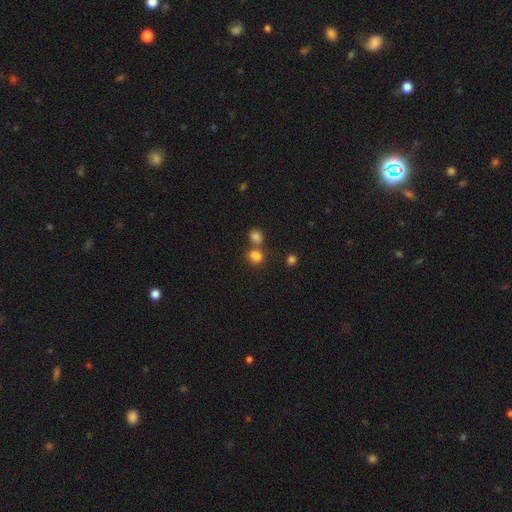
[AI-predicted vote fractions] Q: Smooth or featured?
A: smooth (81%); runner-up: star or artifact (13%)
Q: How rounded?
A: round (60%); runner-up: in between (38%)
Q: Merging?
A: none (49%); runner-up: merger (37%)